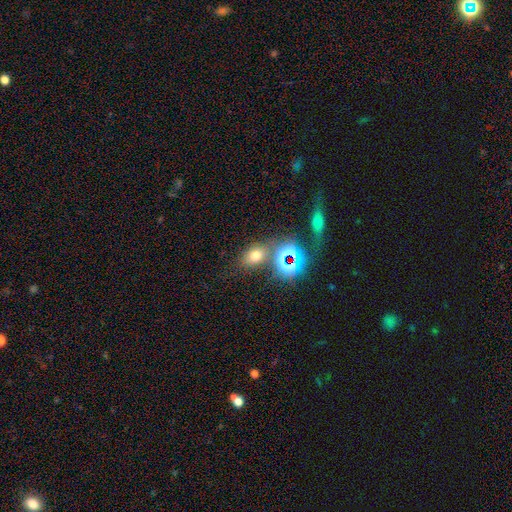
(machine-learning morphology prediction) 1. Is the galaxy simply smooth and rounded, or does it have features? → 62% smooth, 28% star or artifact, 10% featured or disk.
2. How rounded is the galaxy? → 70% in between, 28% round, 2% cigar-shaped.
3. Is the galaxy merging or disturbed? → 68% none, 14% merger, 12% minor disturbance, 6% major disturbance.